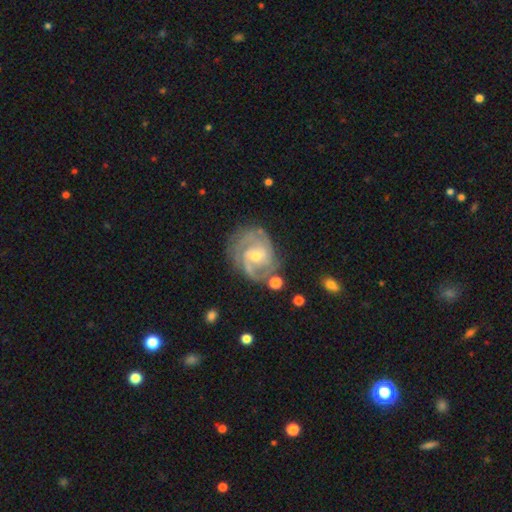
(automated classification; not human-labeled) Smooth or featured? Predicted: featured or disk (p=0.88). Edge-on disk? Predicted: no (p=0.98). Bar? Predicted: no (p=0.53). Spiral arms? Predicted: yes (p=0.96). Spiral winding? Predicted: tight (p=0.55). Spiral arm count? Predicted: 2 (p=0.41). Bulge size? Predicted: small (p=0.57). Merging? Predicted: none (p=0.68).